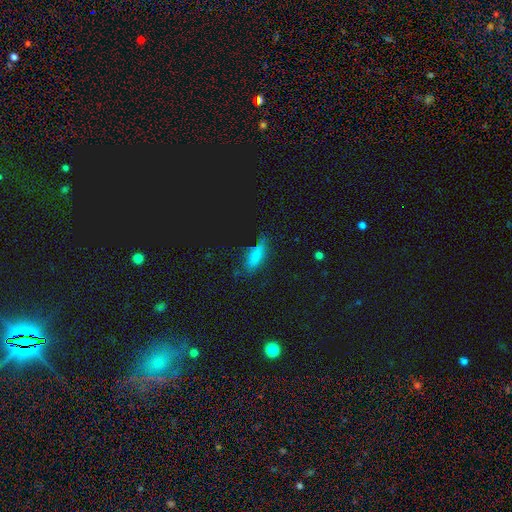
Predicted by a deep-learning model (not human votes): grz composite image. It shows a smooth galaxy with no disk features (71%) that is in between round and cigar-shaped (63%). Merging: none (62%).